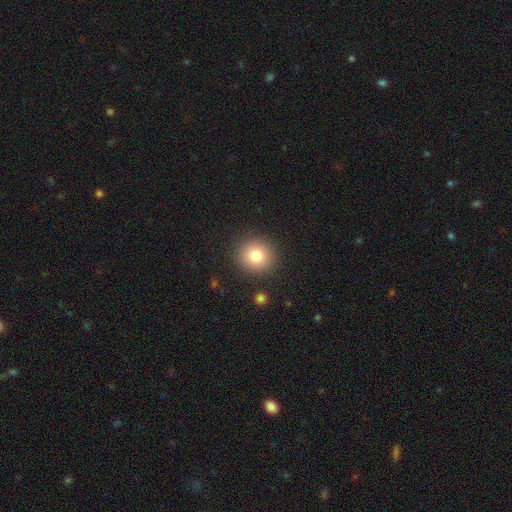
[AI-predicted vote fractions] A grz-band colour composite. It shows a smooth galaxy with no disk features (81%) that is round (91%). Merging: none (89%).